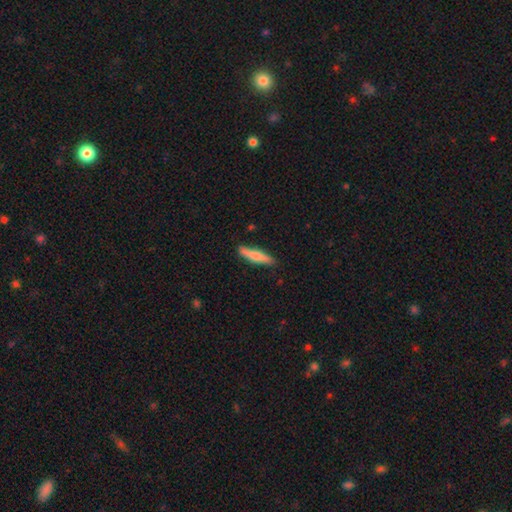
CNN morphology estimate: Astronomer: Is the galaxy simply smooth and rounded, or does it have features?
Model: smooth — 69%.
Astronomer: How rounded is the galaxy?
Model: cigar-shaped — 83%.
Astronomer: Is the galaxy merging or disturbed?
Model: none — 84%.